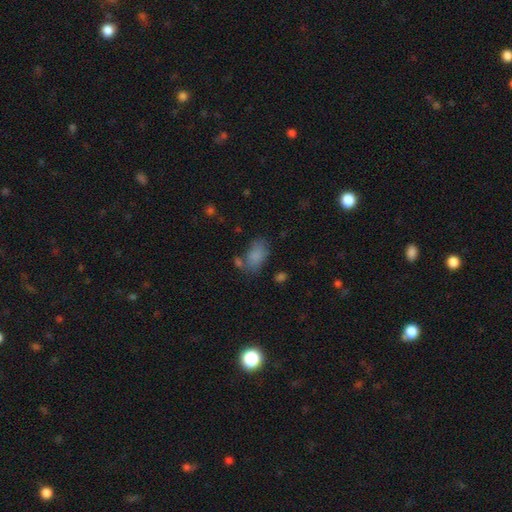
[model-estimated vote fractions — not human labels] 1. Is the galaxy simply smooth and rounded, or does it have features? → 82% smooth, 10% star or artifact, 8% featured or disk.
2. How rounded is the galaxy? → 90% in between, 8% round, 2% cigar-shaped.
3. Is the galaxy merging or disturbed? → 57% none, 21% minor disturbance, 13% merger, 9% major disturbance.